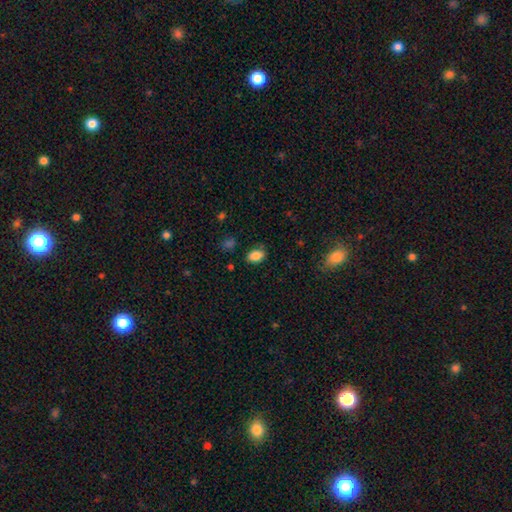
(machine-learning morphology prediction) A smooth galaxy with no disk features (86%) that is in between round and cigar-shaped (86%). Merging: none (78%).